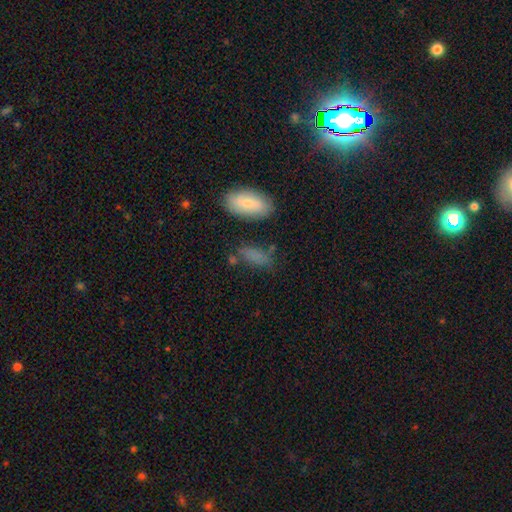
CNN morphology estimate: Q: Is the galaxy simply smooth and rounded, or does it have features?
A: smooth — 76%.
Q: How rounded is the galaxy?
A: in between — 72%.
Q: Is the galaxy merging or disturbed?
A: none — 62%.